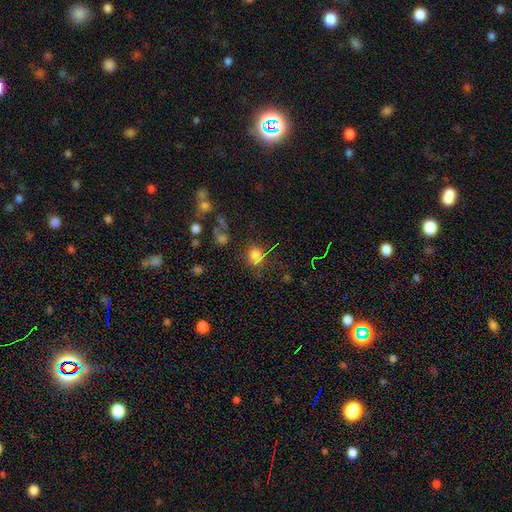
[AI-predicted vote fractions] A smooth galaxy with no disk features (76%) that is round (80%). Merging: none (72%).